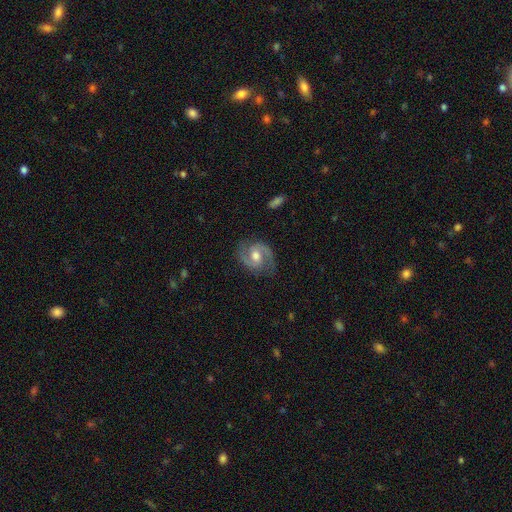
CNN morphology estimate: Smooth or featured: featured or disk — 87% (smooth — 8%)
Edge-on disk: no — 98% (yes — 2%)
Bar: weak — 48% (no — 39%)
Spiral arms: yes — 97% (no — 3%)
Spiral winding: medium — 60% (tight — 25%)
Spiral arm count: 2 — 93% (can't tell — 2%)
Bulge size: moderate — 70% (large — 15%)
Merging: none — 82% (minor disturbance — 13%)